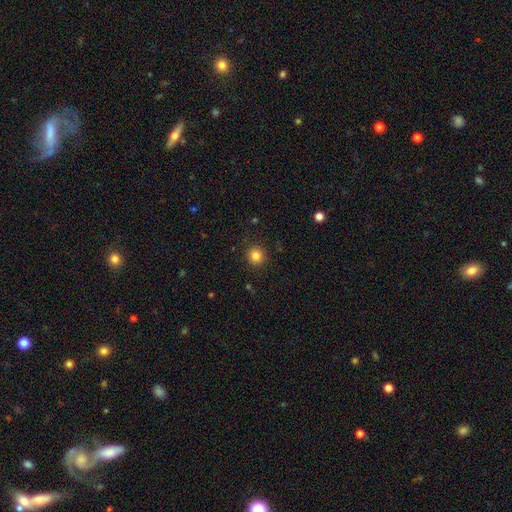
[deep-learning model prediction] Overall: smooth (84%). How rounded: round (92%). Merging: none (91%).